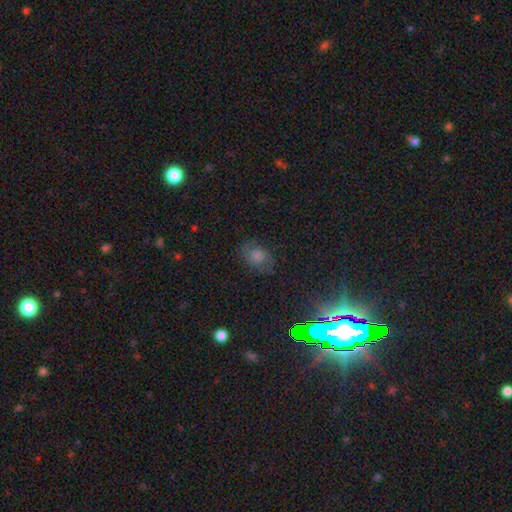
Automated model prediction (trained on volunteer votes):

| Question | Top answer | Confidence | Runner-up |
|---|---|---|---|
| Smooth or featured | featured or disk | 34% | smooth (33%) |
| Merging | none | 72% | minor disturbance (18%) |